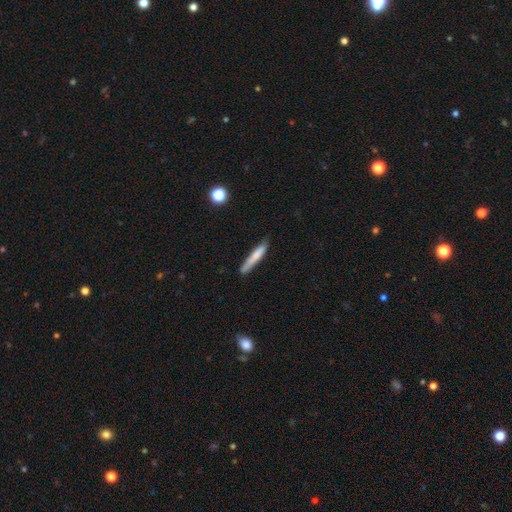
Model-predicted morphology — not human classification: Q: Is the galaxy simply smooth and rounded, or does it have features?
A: smooth — 71%.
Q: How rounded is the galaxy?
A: cigar-shaped — 92%.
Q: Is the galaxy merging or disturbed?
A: none — 73%.